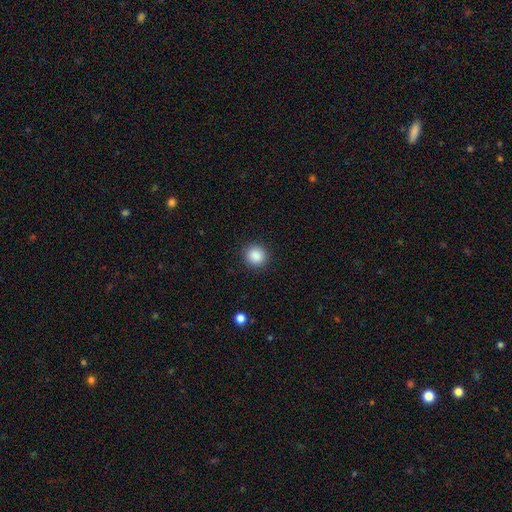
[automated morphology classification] smooth 88%, star or artifact 9%, featured or disk 3%. Down the decision tree: how rounded — round (90%); merging — none (91%).